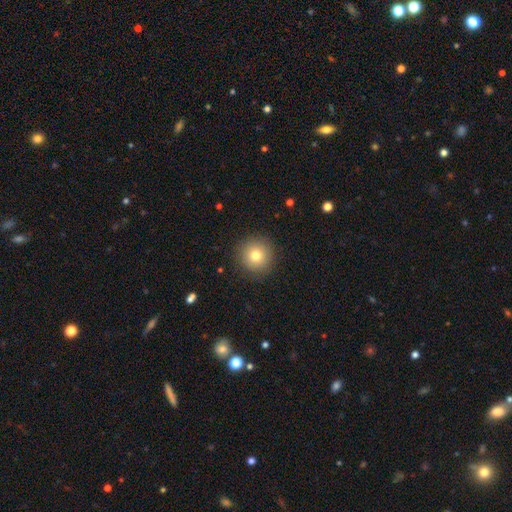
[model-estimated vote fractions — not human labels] A smooth galaxy with no disk features (78%) that is round (95%).

Vote fractions:
- Smooth or featured? smooth: 78% / featured or disk: 11% / star or artifact: 11%
- How rounded? round: 95% / in between: 4% / cigar-shaped: 1%
- Merging? none: 90% / minor disturbance: 7% / major disturbance: 2% / merger: 1%